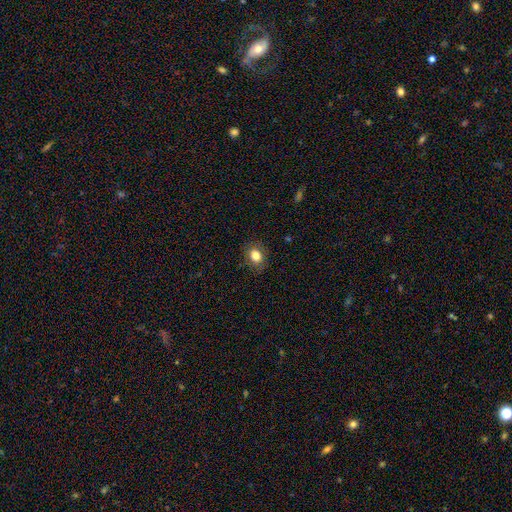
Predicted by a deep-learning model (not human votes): A smooth galaxy with no disk features (82%) that is round (50%). Merging: none (84%).